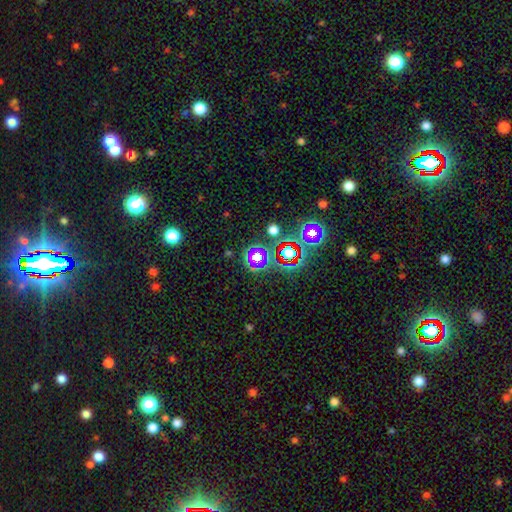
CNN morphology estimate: Smooth or featured: star or artifact — 64% (smooth — 24%)